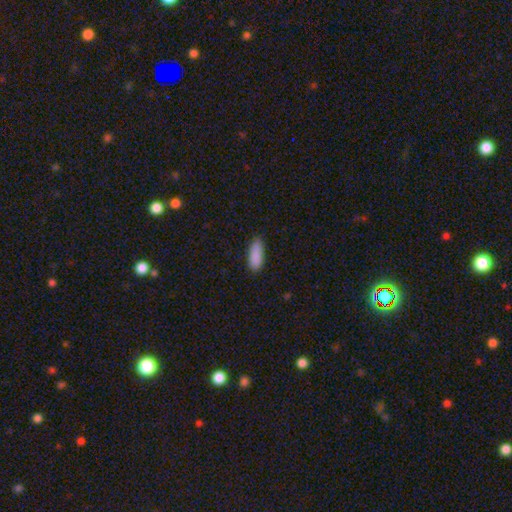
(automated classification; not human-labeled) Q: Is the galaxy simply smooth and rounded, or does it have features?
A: smooth — 90%.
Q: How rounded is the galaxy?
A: in between — 69%.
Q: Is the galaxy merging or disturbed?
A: none — 82%.